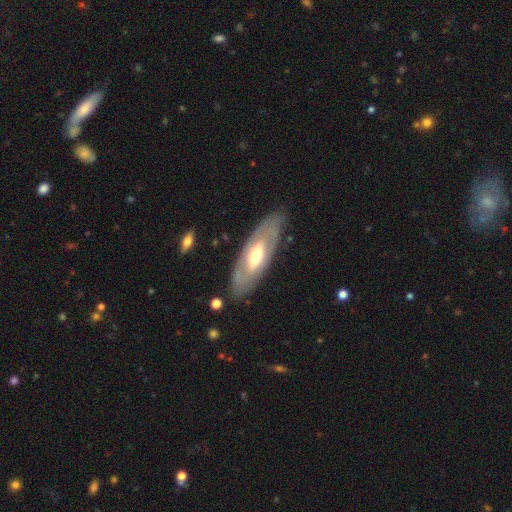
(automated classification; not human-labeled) Q: Smooth or featured?
A: featured or disk (65%); runner-up: smooth (31%)
Q: Edge-on disk?
A: no (78%); runner-up: yes (22%)
Q: Bar?
A: no (61%); runner-up: weak (26%)
Q: Spiral arms?
A: no (62%); runner-up: yes (38%)
Q: Bulge size?
A: moderate (67%); runner-up: small (19%)
Q: Merging?
A: none (81%); runner-up: minor disturbance (13%)